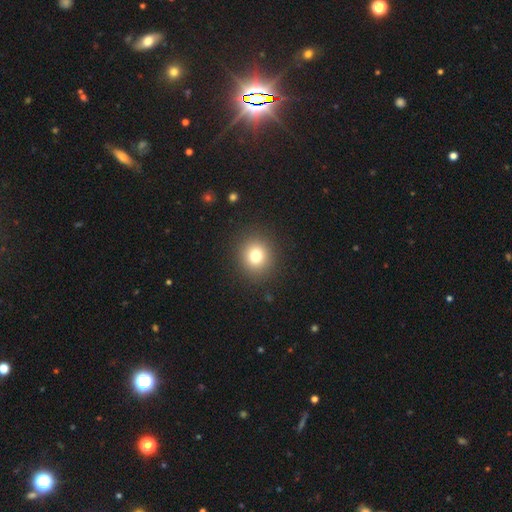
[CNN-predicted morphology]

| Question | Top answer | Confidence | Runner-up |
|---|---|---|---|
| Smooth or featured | smooth | 77% | star or artifact (13%) |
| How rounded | round | 88% | in between (11%) |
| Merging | none | 90% | minor disturbance (6%) |